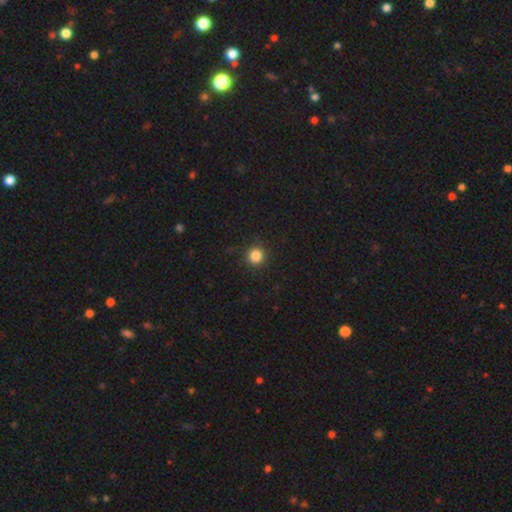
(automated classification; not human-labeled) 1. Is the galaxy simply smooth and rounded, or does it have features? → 84% smooth, 12% star or artifact, 4% featured or disk.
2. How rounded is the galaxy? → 94% round, 5% in between, 1% cigar-shaped.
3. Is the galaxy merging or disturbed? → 89% none, 7% minor disturbance, 3% major disturbance, 1% merger.